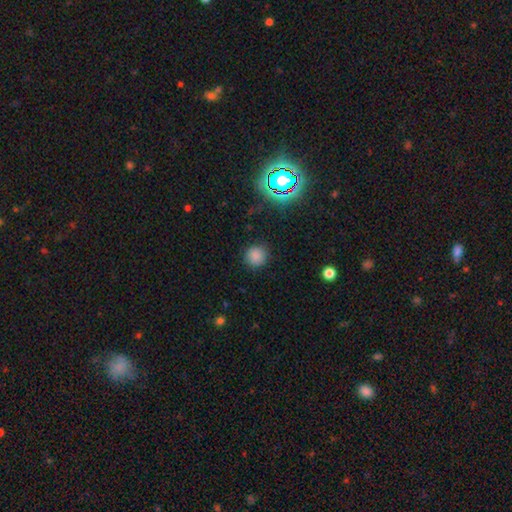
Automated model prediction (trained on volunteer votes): smooth 80%, star or artifact 16%, featured or disk 5%. Down the decision tree: how rounded — round (93%); merging — none (87%).